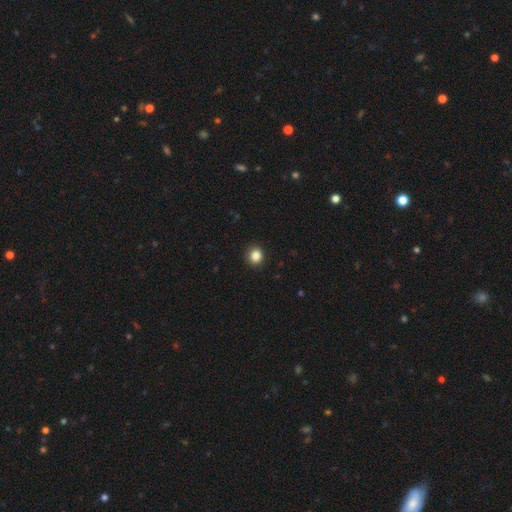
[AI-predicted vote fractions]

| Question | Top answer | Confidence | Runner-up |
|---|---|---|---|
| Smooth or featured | smooth | 86% | star or artifact (10%) |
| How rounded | round | 87% | in between (12%) |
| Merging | none | 92% | minor disturbance (5%) |